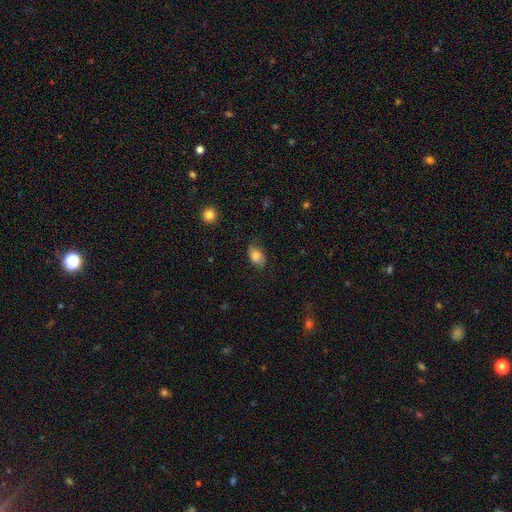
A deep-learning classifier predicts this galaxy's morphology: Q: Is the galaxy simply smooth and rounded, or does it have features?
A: smooth — 79%.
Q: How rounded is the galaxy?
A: in between — 83%.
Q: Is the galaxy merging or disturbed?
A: none — 69%.